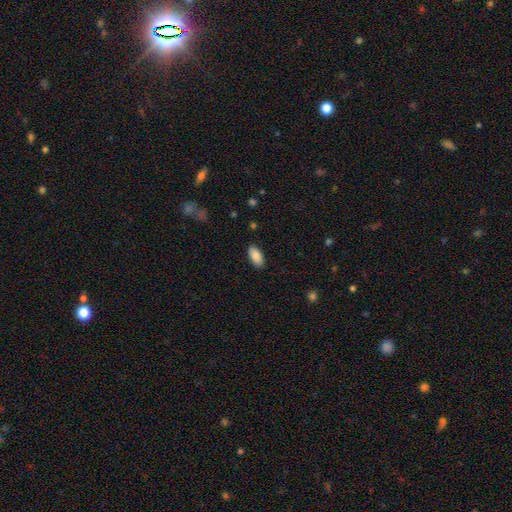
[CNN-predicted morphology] smooth-or-featured: smooth: 88% | star or artifact: 6% | featured or disk: 6%
  how-rounded: in between: 93% | cigar-shaped: 5% | round: 2%
  merging: none: 88% | minor disturbance: 9% | major disturbance: 2% | merger: 1%